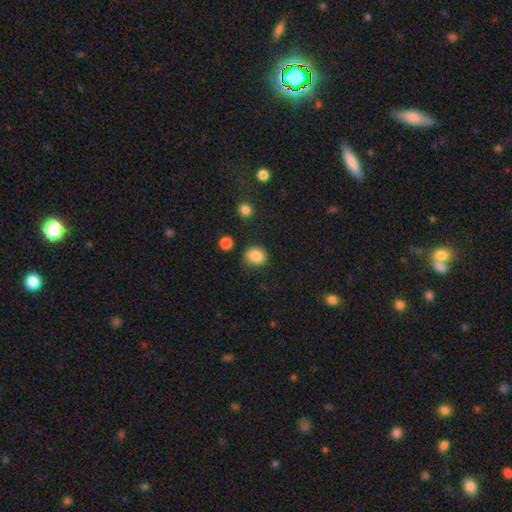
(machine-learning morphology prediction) This is clearly a smooth galaxy (86%). How rounded: possibly round (57%). Merging: likely none (78%).